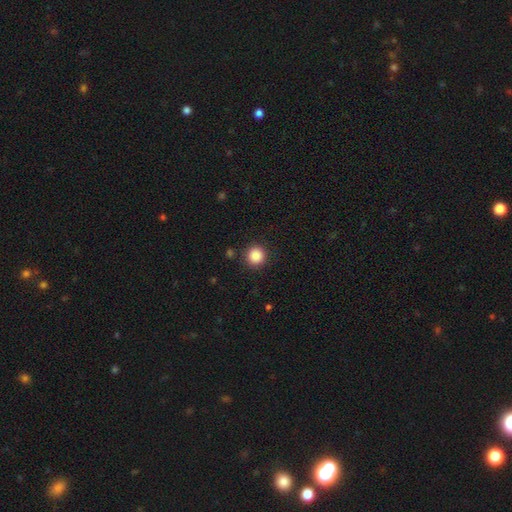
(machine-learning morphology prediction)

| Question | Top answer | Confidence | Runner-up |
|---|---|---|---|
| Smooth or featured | smooth | 87% | star or artifact (10%) |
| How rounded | round | 93% | in between (6%) |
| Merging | none | 90% | minor disturbance (6%) |